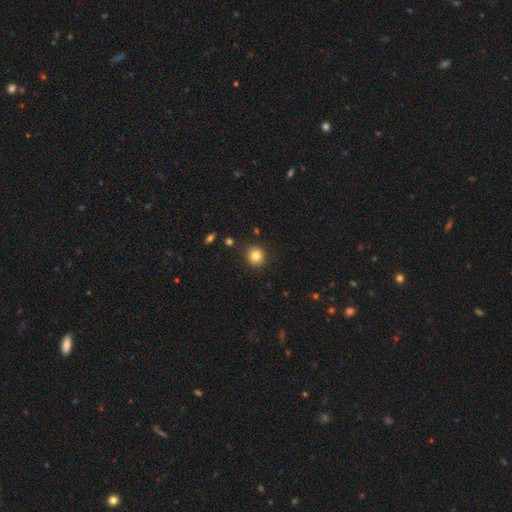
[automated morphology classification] Smooth or featured: smooth — 81% (star or artifact — 11%)
How rounded: round — 88% (in between — 11%)
Merging: none — 89% (minor disturbance — 7%)